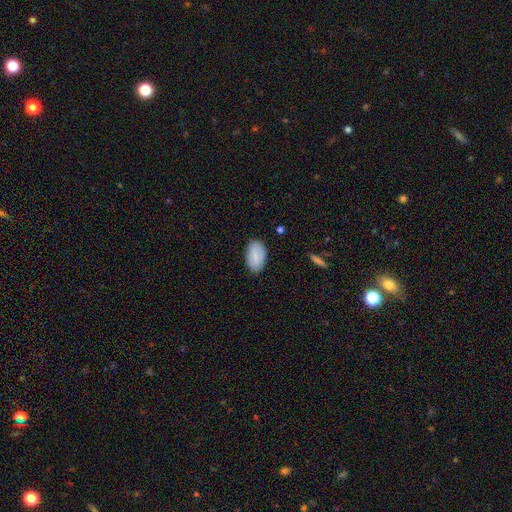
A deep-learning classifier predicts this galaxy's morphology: smooth-or-featured: smooth: 84% | featured or disk: 10% | star or artifact: 6%
  how-rounded: in between: 94% | round: 5% | cigar-shaped: 2%
  merging: none: 86% | minor disturbance: 11% | major disturbance: 2% | merger: 1%